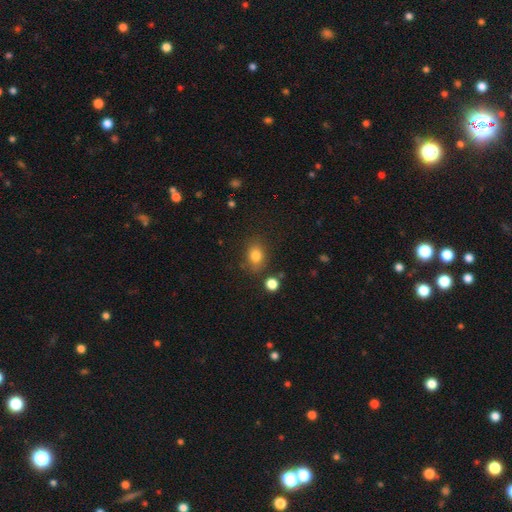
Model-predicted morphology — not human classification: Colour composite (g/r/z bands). It shows a smooth galaxy with no disk features (81%) that is in between round and cigar-shaped (59%). Merging: none (78%).